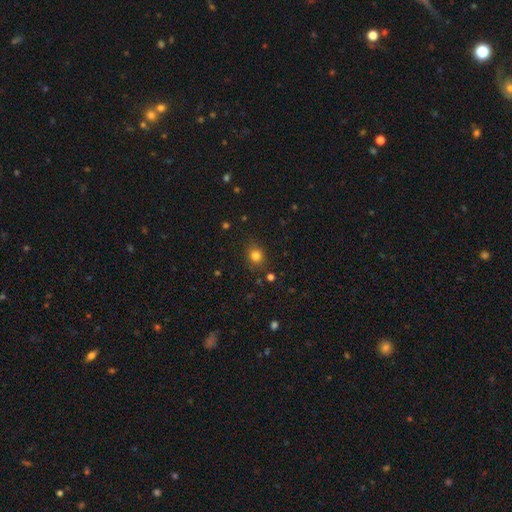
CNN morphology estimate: smooth_or_featured: smooth (p=0.81) [alt: star or artifact p=0.13]
how_rounded: round (p=0.76) [alt: in between p=0.23]
merging: none (p=0.84) [alt: minor disturbance p=0.11]